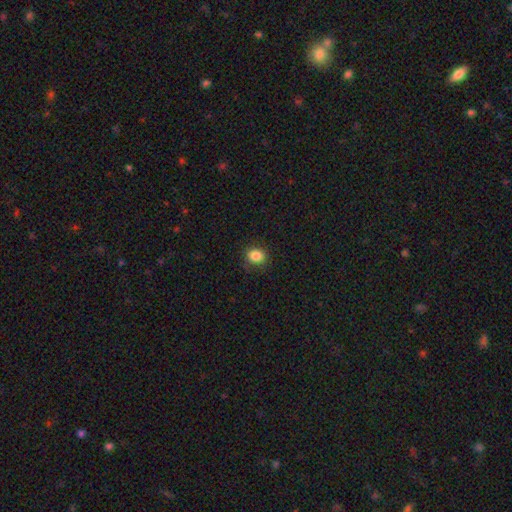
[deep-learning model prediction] This is clearly a smooth galaxy (86%). How rounded: possibly round (59%). Merging: clearly none (85%).